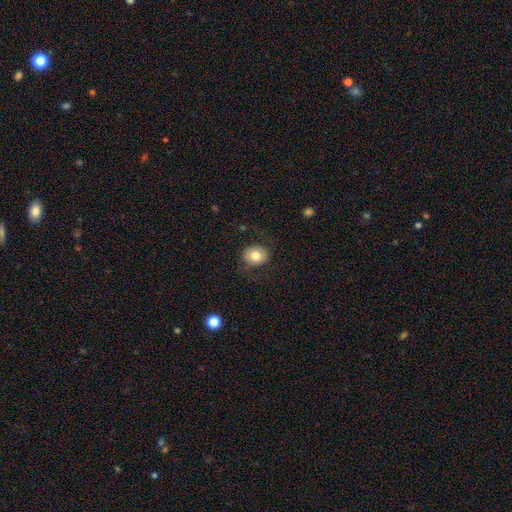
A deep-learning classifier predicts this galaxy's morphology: type=smooth (76%); roundness=round (60%); merging=none (78%).